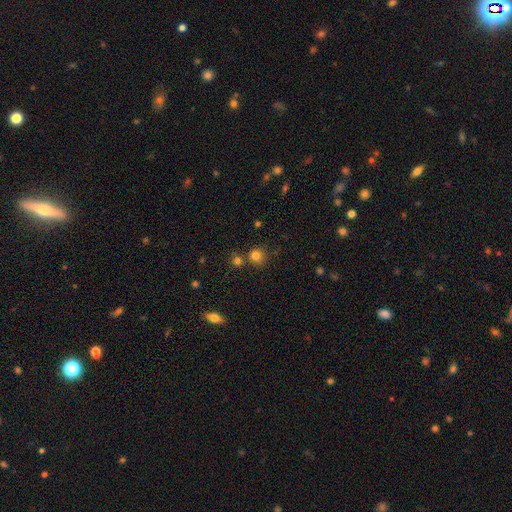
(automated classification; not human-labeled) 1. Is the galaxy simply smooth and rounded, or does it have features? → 79% smooth, 15% star or artifact, 6% featured or disk.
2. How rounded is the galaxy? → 90% round, 9% in between, 1% cigar-shaped.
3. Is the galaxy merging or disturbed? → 71% none, 16% merger, 9% minor disturbance, 3% major disturbance.